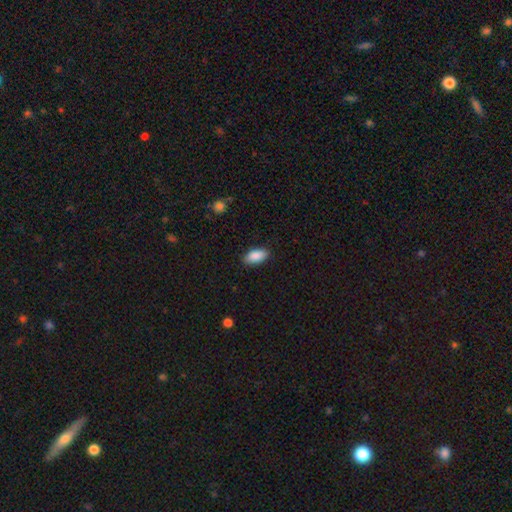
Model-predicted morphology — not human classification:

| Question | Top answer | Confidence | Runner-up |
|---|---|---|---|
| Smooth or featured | smooth | 89% | star or artifact (7%) |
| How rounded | in between | 92% | cigar-shaped (5%) |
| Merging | none | 87% | minor disturbance (10%) |